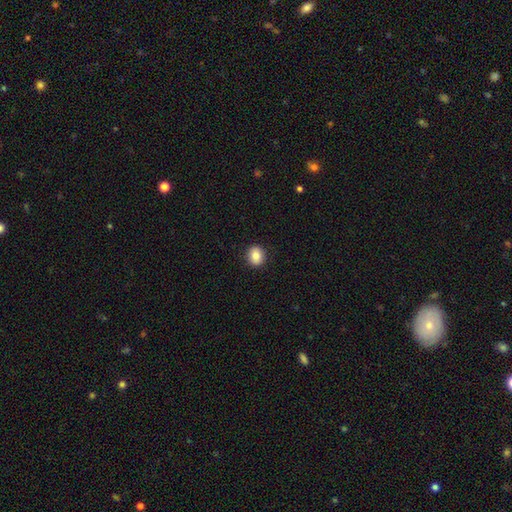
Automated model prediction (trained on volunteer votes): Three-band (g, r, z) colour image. It shows a smooth galaxy with no disk features (84%) that is round (71%). Merging: none (91%).